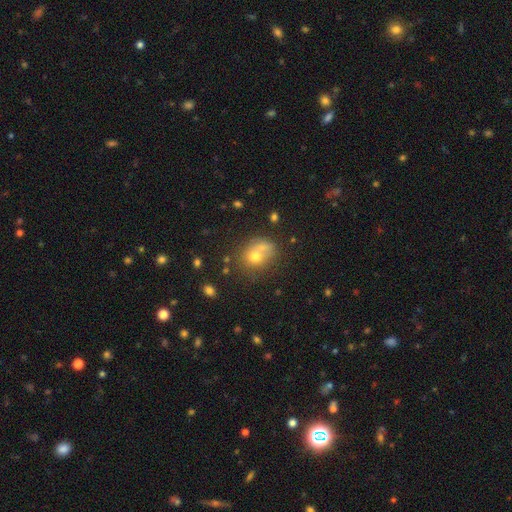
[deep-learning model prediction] Smooth or featured? Predicted: smooth (p=0.65). How rounded? Predicted: round (p=0.64). Merging? Predicted: merger (p=0.40).